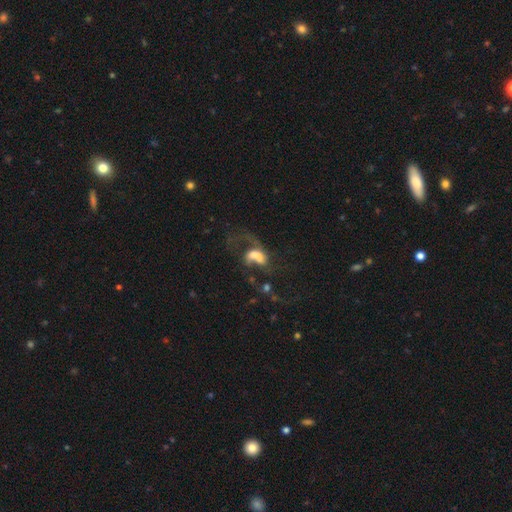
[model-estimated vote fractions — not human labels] Smooth or featured: featured or disk — 51% (smooth — 35%)
Edge-on disk: no — 96% (yes — 4%)
Merging: major disturbance — 39% (merger — 36%)